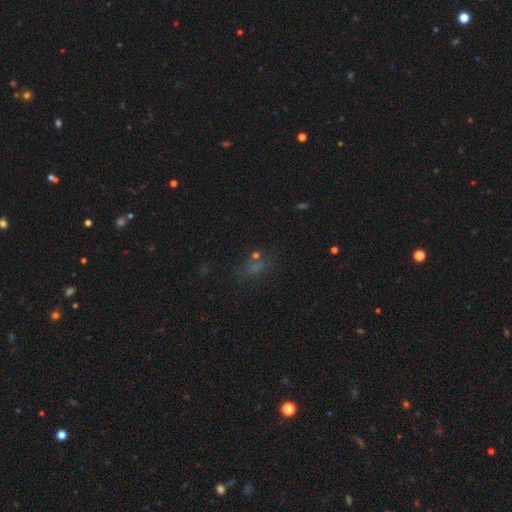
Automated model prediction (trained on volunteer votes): This appears to be a star or artifact, not a galaxy (52%).